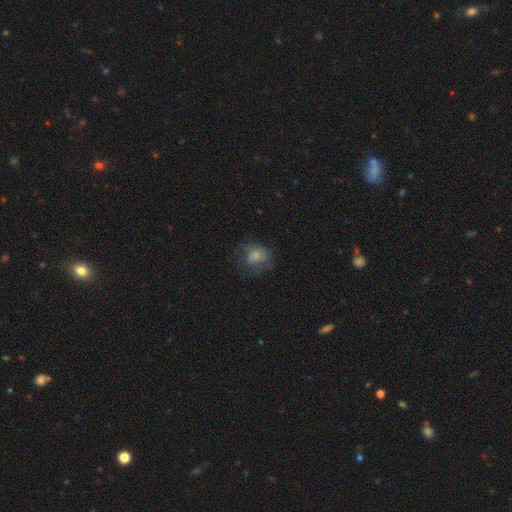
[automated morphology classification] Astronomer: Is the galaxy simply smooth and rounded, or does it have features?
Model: smooth — 64%.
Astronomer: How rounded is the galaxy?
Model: round — 68%.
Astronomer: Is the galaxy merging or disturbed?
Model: none — 53%.